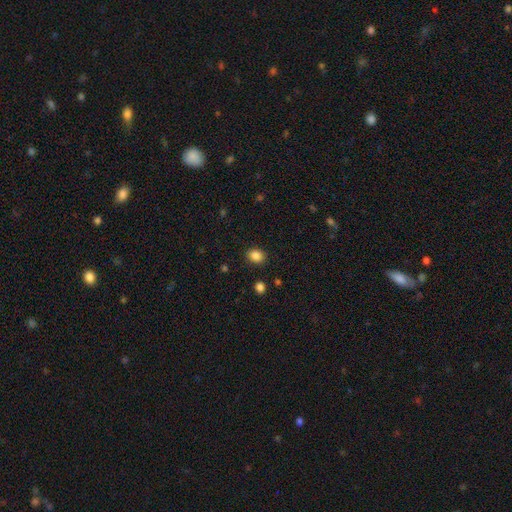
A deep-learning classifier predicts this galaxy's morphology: This is clearly a smooth galaxy (86%). How rounded: possibly round (50%). Merging: clearly none (88%).